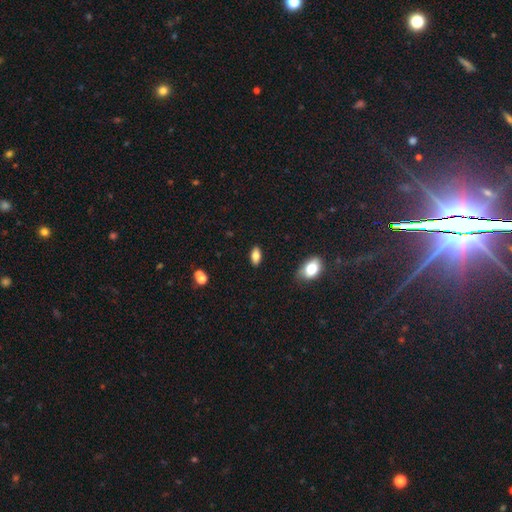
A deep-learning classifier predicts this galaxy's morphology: A smooth galaxy with no disk features (77%) that is in between round and cigar-shaped (87%). Merging: none (87%).